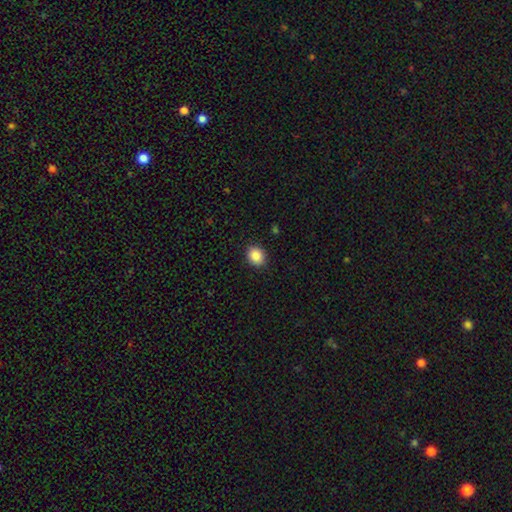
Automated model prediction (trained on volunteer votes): Q: Smooth or featured?
A: smooth (88%); runner-up: star or artifact (9%)
Q: How rounded?
A: round (60%); runner-up: in between (39%)
Q: Merging?
A: none (90%); runner-up: minor disturbance (7%)